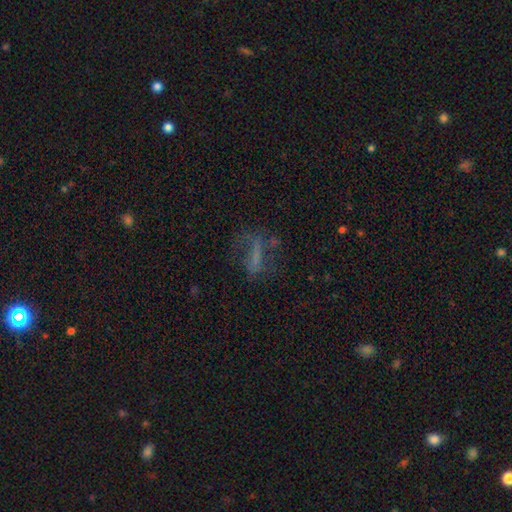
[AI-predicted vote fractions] Morphology: type=featured or disk (41%); merging=none (45%).